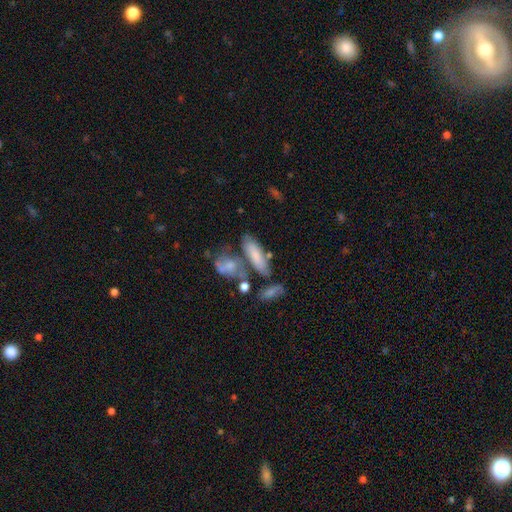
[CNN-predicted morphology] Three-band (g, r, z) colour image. It shows a smooth galaxy with no disk features (67%) that is in between round and cigar-shaped (51%). Merging: none (49%).